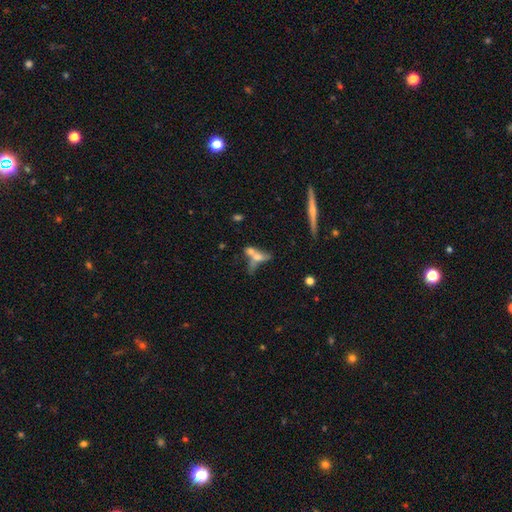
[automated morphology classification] smooth 49%, featured or disk 38%, star or artifact 13%. Down the decision tree: merging — merger (57%).